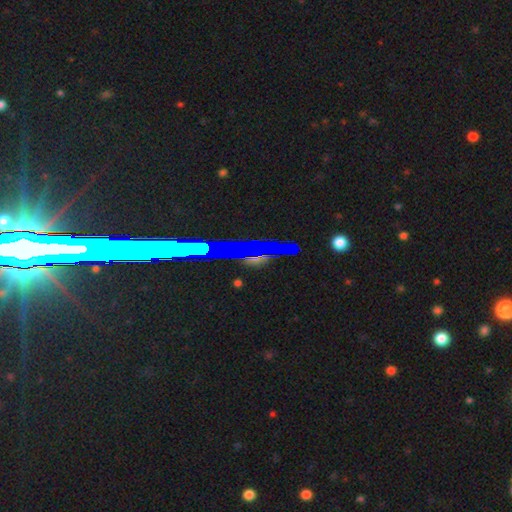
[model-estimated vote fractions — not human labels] Overall: star or artifact (51%; smooth 26%).